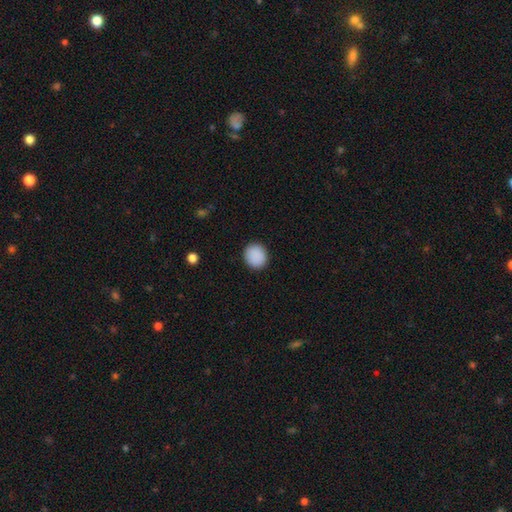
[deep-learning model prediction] Overall: smooth (90%). How rounded: round (84%). Merging: none (91%).